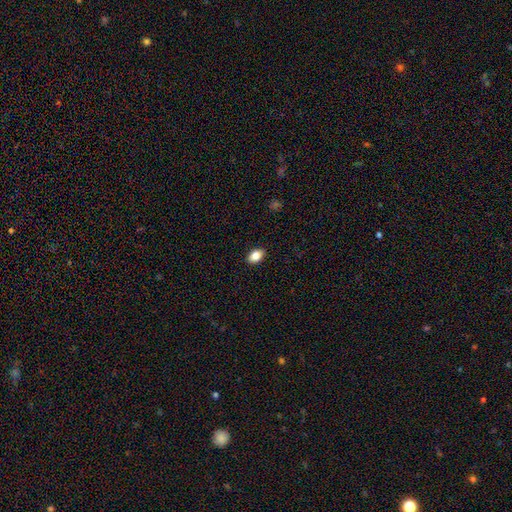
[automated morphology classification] The model was most divided on "how rounded": in between: 85%, round: 13%, cigar-shaped: 2%. More confident: merging — none (90%); smooth or featured — smooth (84%).